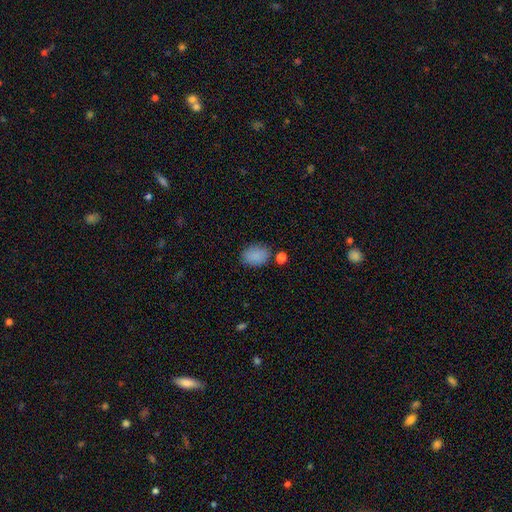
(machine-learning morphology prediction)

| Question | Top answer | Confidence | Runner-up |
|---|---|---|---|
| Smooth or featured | smooth | 87% | star or artifact (8%) |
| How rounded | in between | 82% | round (17%) |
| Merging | none | 78% | minor disturbance (13%) |